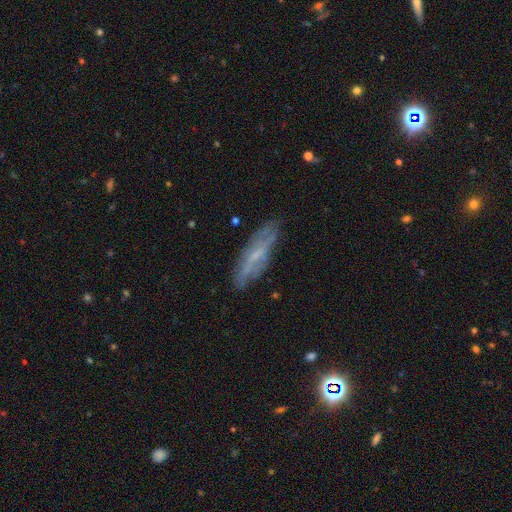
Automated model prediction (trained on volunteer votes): smooth-or-featured: featured or disk: 56% | smooth: 33% | star or artifact: 10%
  disk-edge-on: no: 60% | yes: 40%
  merging: none: 76% | minor disturbance: 17% | major disturbance: 5% | merger: 2%